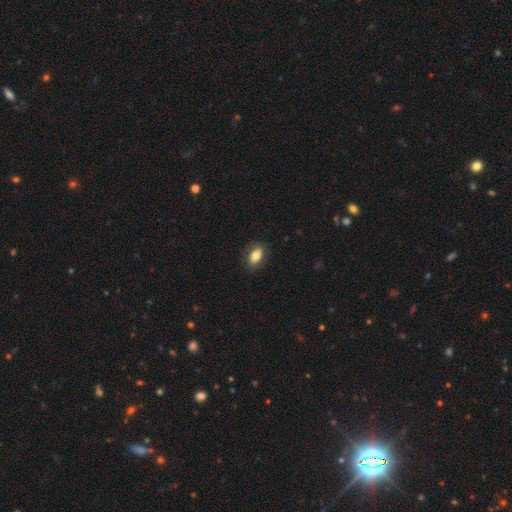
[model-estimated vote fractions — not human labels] Overall: smooth (79%). How rounded: in between (88%). Merging: none (84%).